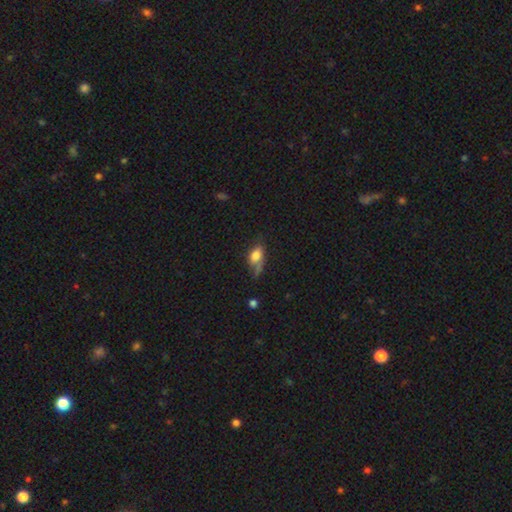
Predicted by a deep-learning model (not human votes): smooth 73%, featured or disk 17%, star or artifact 10%. Down the decision tree: how rounded — in between (83%); merging — none (44%).